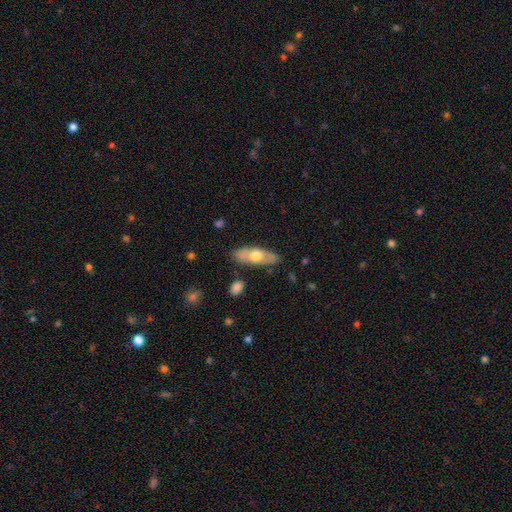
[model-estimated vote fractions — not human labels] Q: Smooth or featured?
A: smooth (54%); runner-up: featured or disk (41%)
Q: How rounded?
A: in between (67%); runner-up: cigar-shaped (30%)
Q: Merging?
A: none (80%); runner-up: minor disturbance (14%)